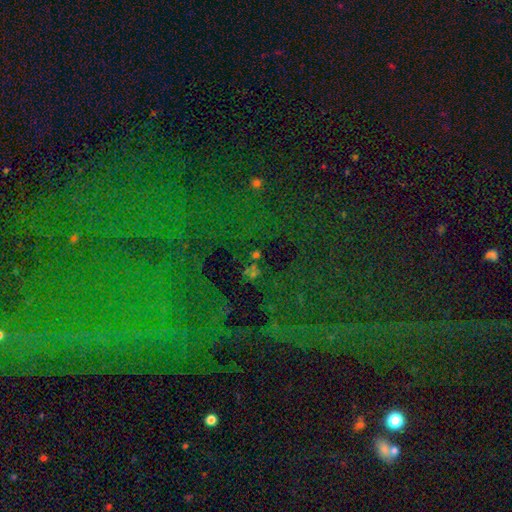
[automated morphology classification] type=star or artifact (73%).